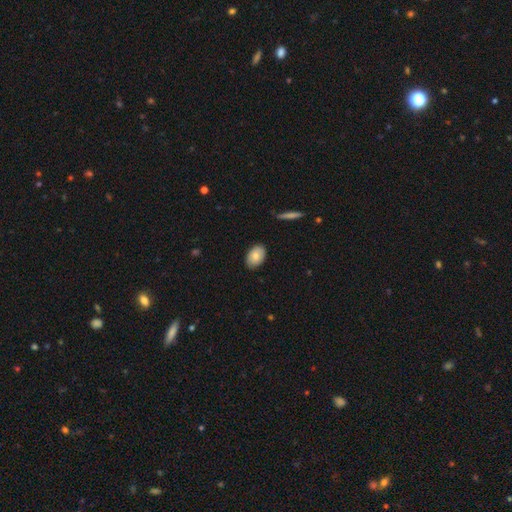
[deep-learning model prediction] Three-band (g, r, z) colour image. It shows a smooth galaxy with no disk features (76%) that is in between round and cigar-shaped (89%). Merging: none (84%).